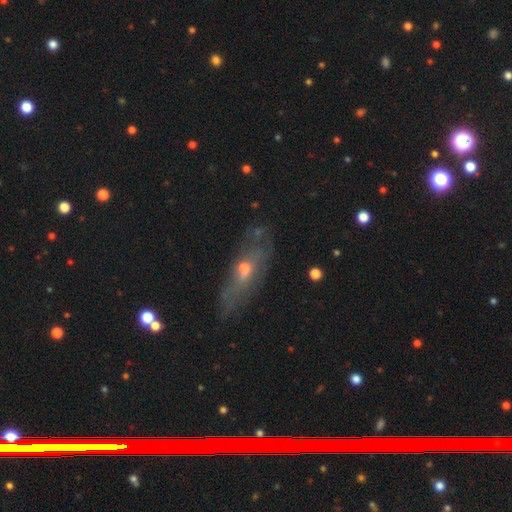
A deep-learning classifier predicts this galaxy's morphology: A featured or disk galaxy (53%).

Vote fractions:
- Smooth or featured? featured or disk: 53% / smooth: 32% / star or artifact: 14%
- Edge-on disk? no: 61% / yes: 39%
- Merging? none: 73% / minor disturbance: 18% / major disturbance: 7% / merger: 3%